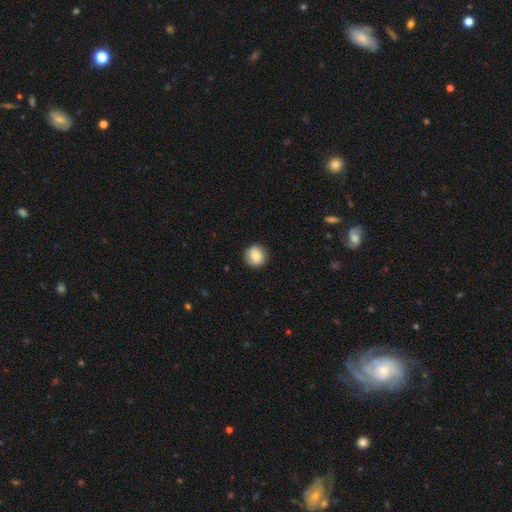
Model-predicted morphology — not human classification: Smooth or featured? smooth (77%)
How rounded? round (93%)
Merging? none (89%)